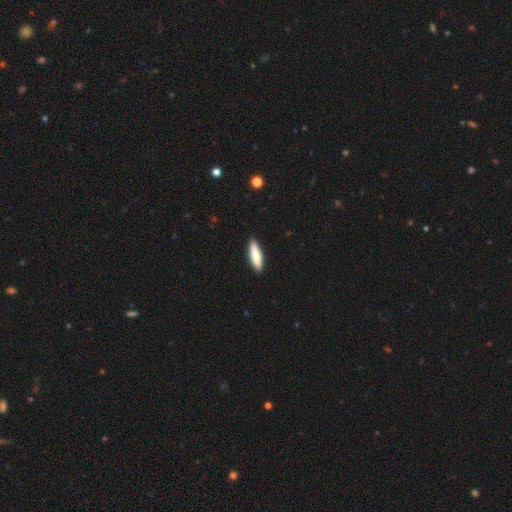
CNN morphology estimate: The model was most divided on "how rounded": cigar-shaped: 66%, in between: 32%, round: 2%. More confident: merging — none (89%); smooth or featured — smooth (82%).